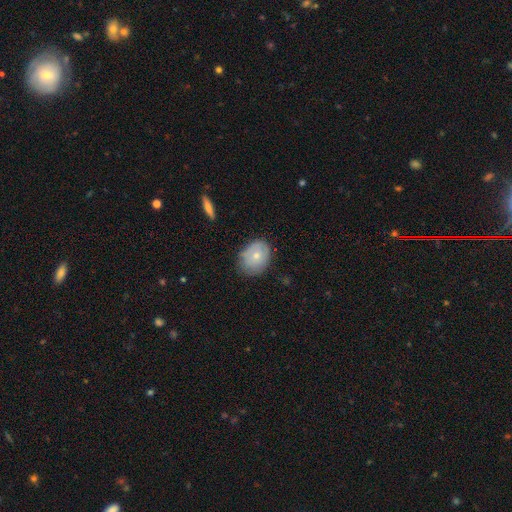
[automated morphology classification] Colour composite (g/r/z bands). It shows a smooth galaxy with no disk features (67%) that is in between round and cigar-shaped (57%). Merging: none (66%).